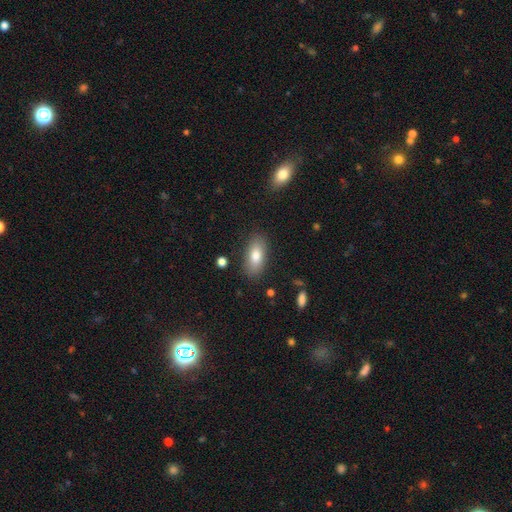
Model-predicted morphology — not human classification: This appears to be a smooth galaxy with no disk features (79%) that is in between round and cigar-shaped (88%). Merging: none (85%).